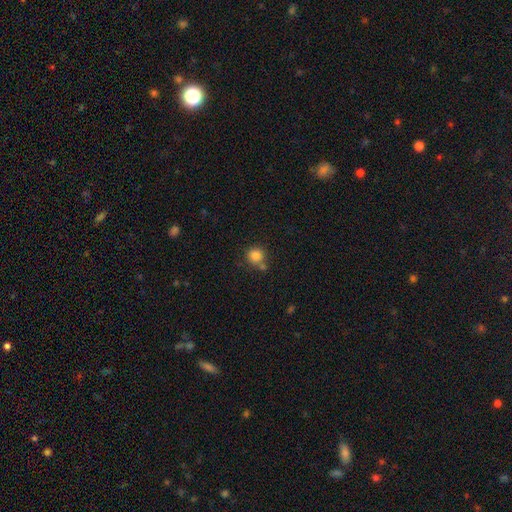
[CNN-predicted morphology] The model was most divided on "merging": none: 66%, merger: 19%, minor disturbance: 12%, major disturbance: 4%. More confident: how rounded — round (91%); smooth or featured — smooth (84%).